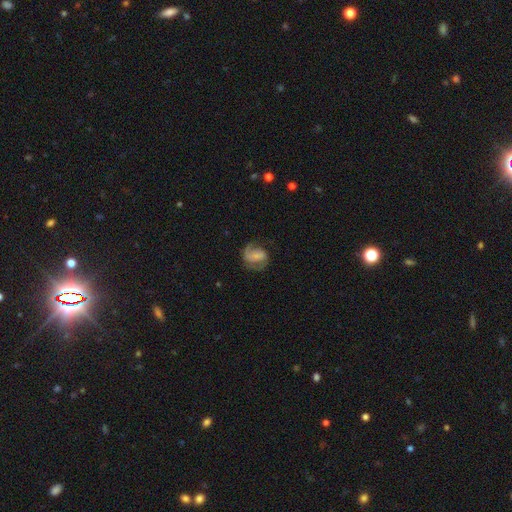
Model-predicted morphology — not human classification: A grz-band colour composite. It shows a featured or disk galaxy (73%) with no bar (41%), 2 (78%) medium (50%) spiral arms (92%) and a small central bulge (58%). Merging: none (66%).